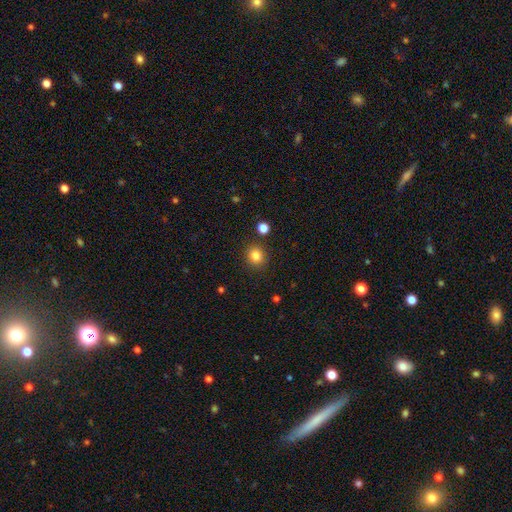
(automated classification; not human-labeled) A smooth galaxy with no disk features (83%) that is round (85%). Merging: none (88%).